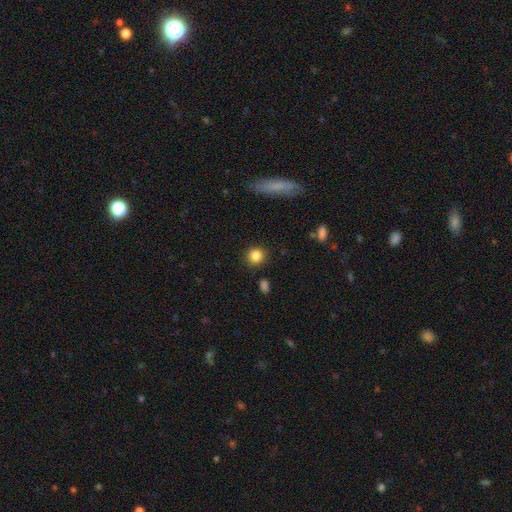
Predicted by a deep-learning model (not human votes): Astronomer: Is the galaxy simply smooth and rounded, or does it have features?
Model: smooth — 85%.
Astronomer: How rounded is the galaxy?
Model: round — 88%.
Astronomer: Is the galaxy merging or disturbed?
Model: none — 89%.